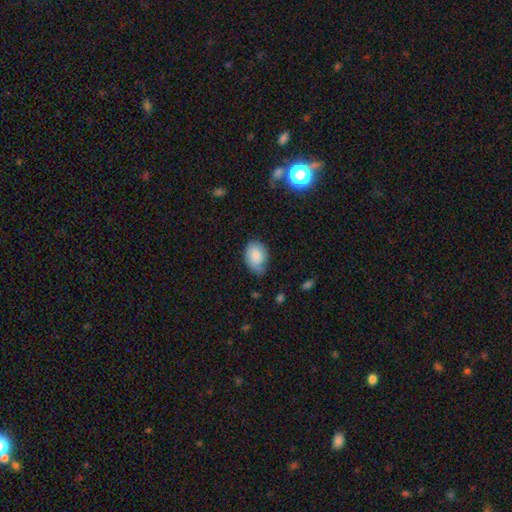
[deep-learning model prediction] Smooth or featured? smooth (79%)
How rounded? in between (80%)
Merging? none (53%)